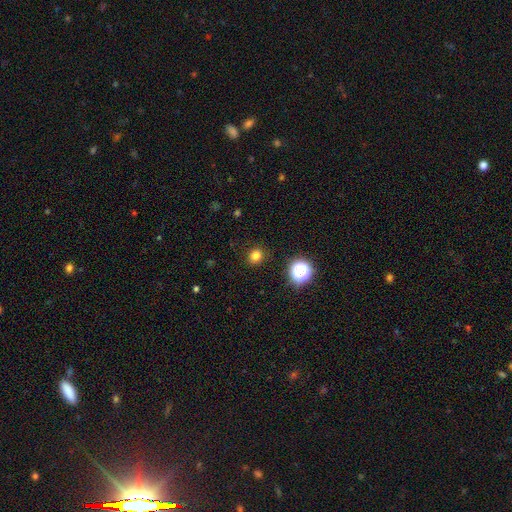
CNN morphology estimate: smooth-or-featured: smooth: 79% | star or artifact: 16% | featured or disk: 5%
  how-rounded: round: 82% | in between: 17% | cigar-shaped: 1%
  merging: none: 90% | minor disturbance: 6% | major disturbance: 2% | merger: 1%